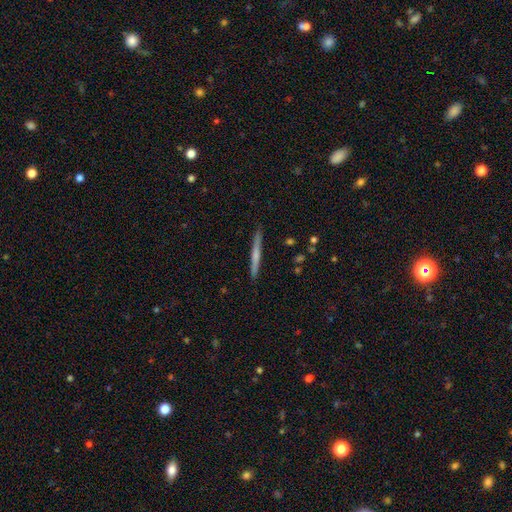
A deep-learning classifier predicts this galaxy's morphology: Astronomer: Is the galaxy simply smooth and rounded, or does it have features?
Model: smooth — 49% (runner-up: featured or disk, 45%).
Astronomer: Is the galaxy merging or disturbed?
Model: none — 91%.